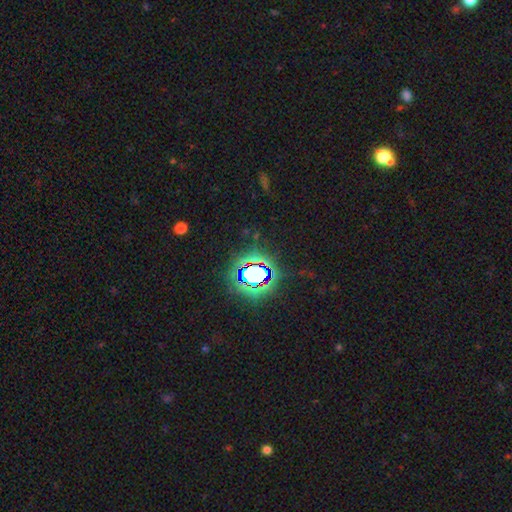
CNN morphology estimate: The model was most divided on "smooth or featured": star or artifact: 81%, smooth: 11%, featured or disk: 7%.